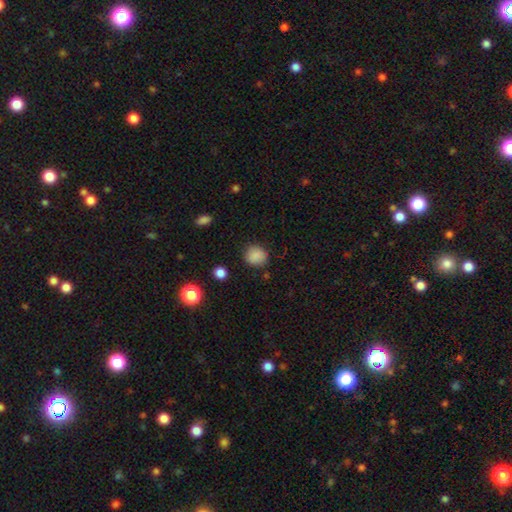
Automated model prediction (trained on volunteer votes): Smooth or featured: smooth — 85% (star or artifact — 11%)
How rounded: round — 83% (in between — 16%)
Merging: none — 82% (minor disturbance — 13%)